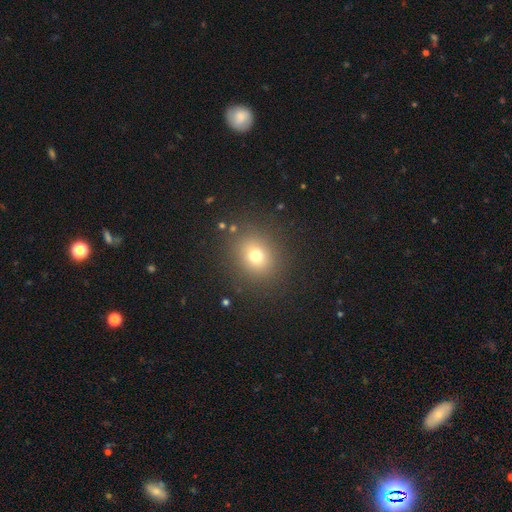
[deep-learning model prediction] Q: Smooth or featured?
A: smooth (73%); runner-up: star or artifact (17%)
Q: How rounded?
A: round (72%); runner-up: in between (28%)
Q: Merging?
A: none (86%); runner-up: minor disturbance (8%)